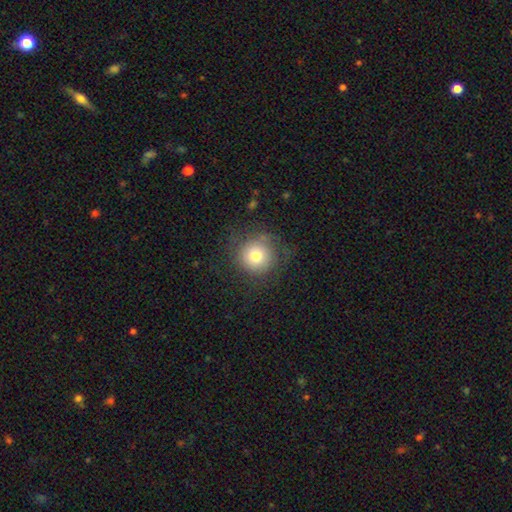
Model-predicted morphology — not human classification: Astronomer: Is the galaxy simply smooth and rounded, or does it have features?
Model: smooth — 73%.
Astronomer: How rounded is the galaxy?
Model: round — 94%.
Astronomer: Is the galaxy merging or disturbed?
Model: none — 74%.